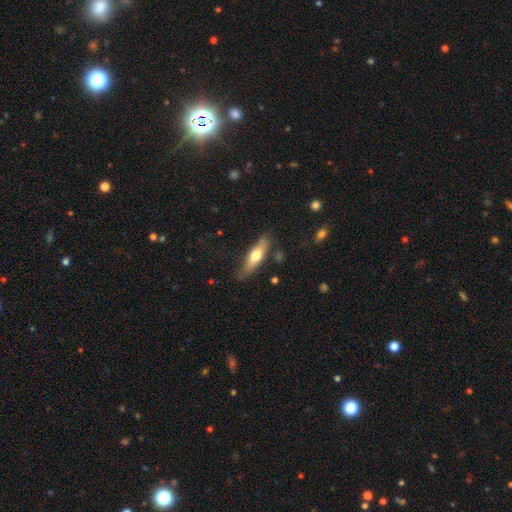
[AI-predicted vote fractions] Q: Smooth or featured?
A: smooth (55%); runner-up: featured or disk (39%)
Q: How rounded?
A: cigar-shaped (62%); runner-up: in between (36%)
Q: Merging?
A: none (76%); runner-up: minor disturbance (18%)